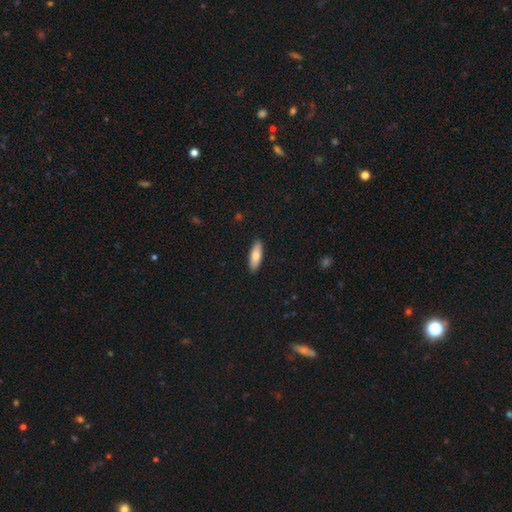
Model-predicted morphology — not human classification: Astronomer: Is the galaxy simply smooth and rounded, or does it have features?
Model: smooth — 76%.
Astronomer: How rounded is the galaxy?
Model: in between — 58% (runner-up: cigar-shaped, 40%).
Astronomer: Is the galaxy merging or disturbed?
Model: none — 90%.